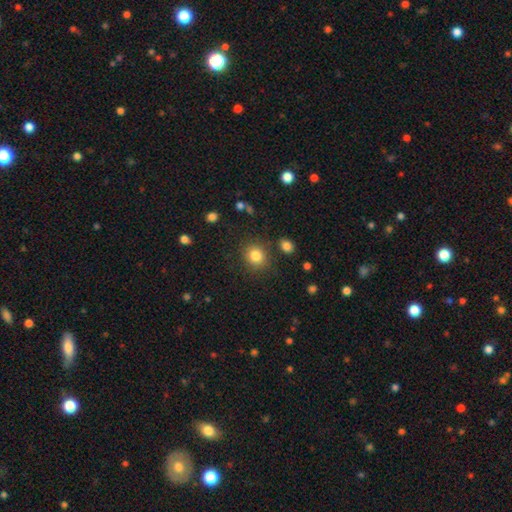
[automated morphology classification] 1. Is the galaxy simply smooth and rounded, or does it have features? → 83% smooth, 11% star or artifact, 6% featured or disk.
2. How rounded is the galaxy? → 80% round, 19% in between, 1% cigar-shaped.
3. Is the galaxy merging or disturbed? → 84% none, 9% minor disturbance, 3% merger, 3% major disturbance.